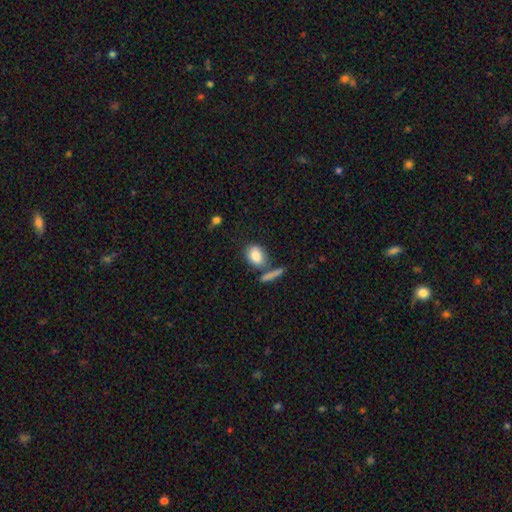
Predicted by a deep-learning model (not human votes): A smooth galaxy with no disk features (85%) that is in between round and cigar-shaped (70%). Merging: none (59%).